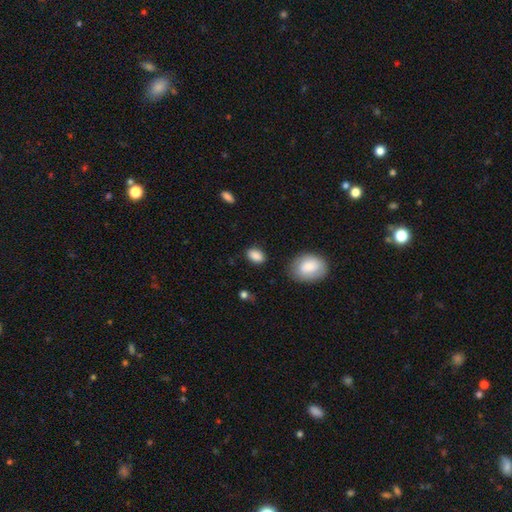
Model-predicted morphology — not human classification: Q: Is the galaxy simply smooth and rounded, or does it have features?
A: smooth — 88%.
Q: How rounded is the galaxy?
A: in between — 83%.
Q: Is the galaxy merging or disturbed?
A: none — 82%.